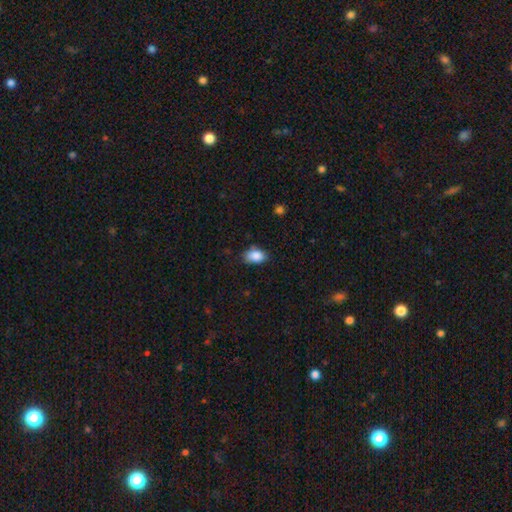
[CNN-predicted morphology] type=smooth (87%); roundness=in between (89%); merging=none (74%).